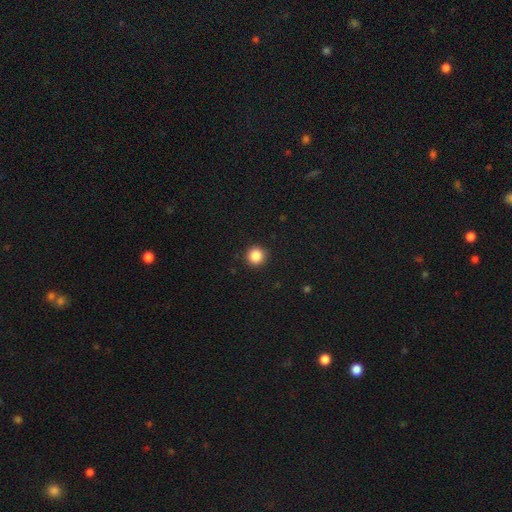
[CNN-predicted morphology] smooth_or_featured: smooth (p=0.87) [alt: star or artifact p=0.10]
how_rounded: round (p=0.95) [alt: in between p=0.04]
merging: none (p=0.92) [alt: minor disturbance p=0.05]